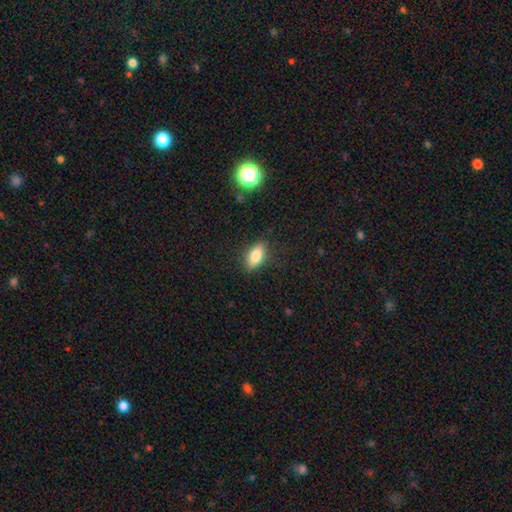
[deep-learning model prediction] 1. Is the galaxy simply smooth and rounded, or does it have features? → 81% smooth, 11% featured or disk, 9% star or artifact.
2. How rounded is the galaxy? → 85% in between, 10% cigar-shaped, 5% round.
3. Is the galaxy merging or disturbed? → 84% none, 12% minor disturbance, 3% major disturbance, 1% merger.